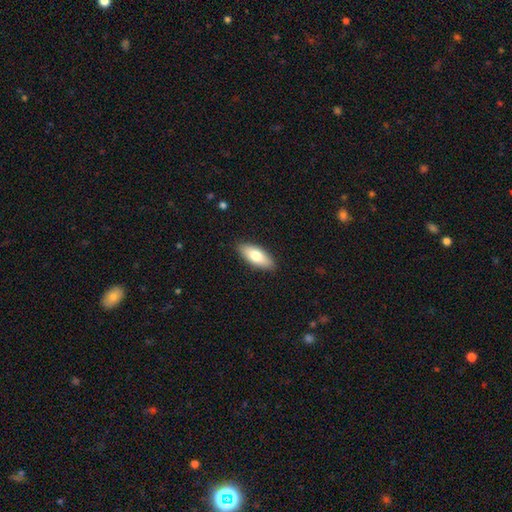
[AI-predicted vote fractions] This is likely a smooth galaxy (76%). How rounded: likely in between (79%). Merging: clearly none (89%).